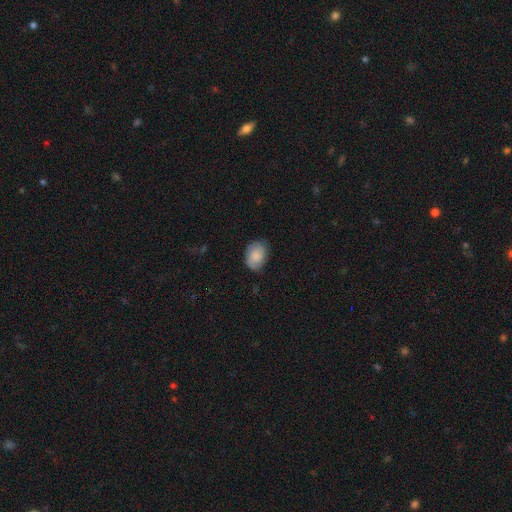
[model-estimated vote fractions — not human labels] A smooth galaxy with no disk features (72%) that is in between round and cigar-shaped (77%). Merging: none (70%).